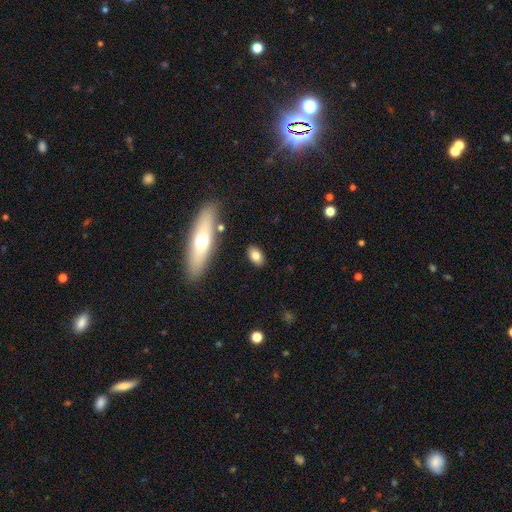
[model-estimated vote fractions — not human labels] Overall: smooth (77%). How rounded: in between (84%). Merging: none (85%).